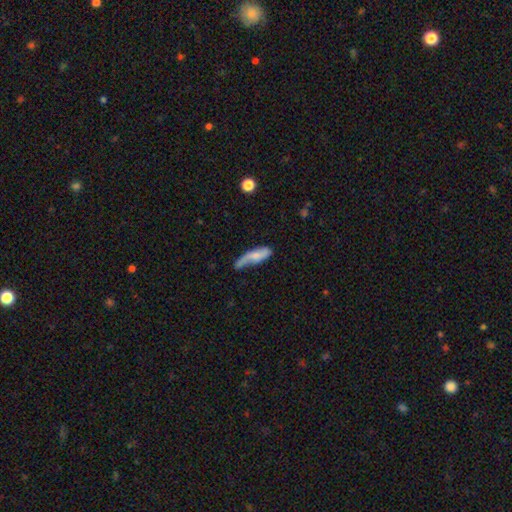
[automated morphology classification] Smooth or featured: smooth — 57% (featured or disk — 37%)
How rounded: cigar-shaped — 53% (in between — 44%)
Merging: none — 39% (minor disturbance — 38%)